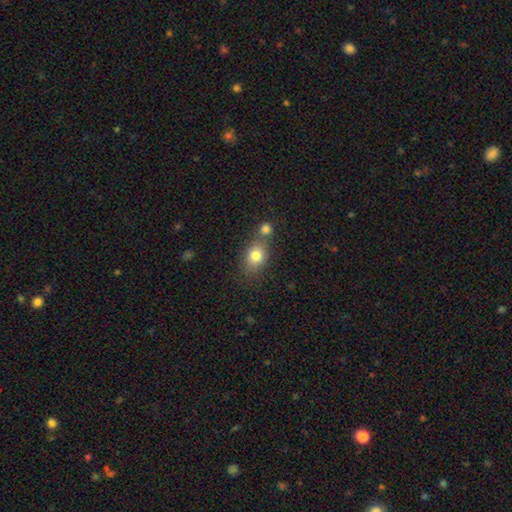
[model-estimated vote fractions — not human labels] Overall: smooth (79%). How rounded: in between (57%; round 42%). Merging: none (51%; merger 32%).